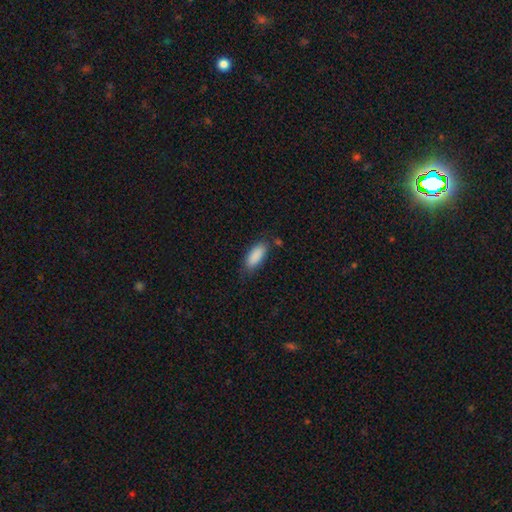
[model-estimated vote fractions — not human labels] Overall: smooth (89%). How rounded: in between (80%). Merging: none (75%).